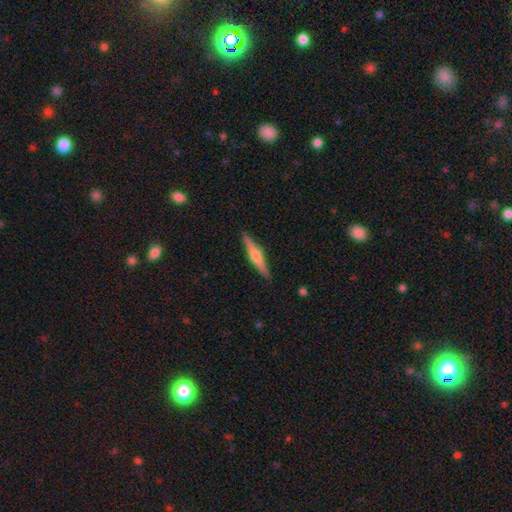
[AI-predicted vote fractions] Smooth or featured? Predicted: featured or disk (p=0.65). Edge-on disk? Predicted: yes (p=0.98). Edge-on bulge? Predicted: rounded (p=0.87). Merging? Predicted: none (p=0.90).